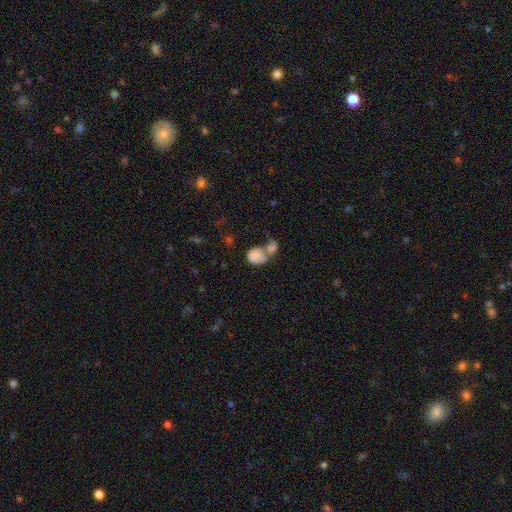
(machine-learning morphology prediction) smooth 79%, featured or disk 13%, star or artifact 8%. Down the decision tree: how rounded — round (55%); merging — merger (66%).